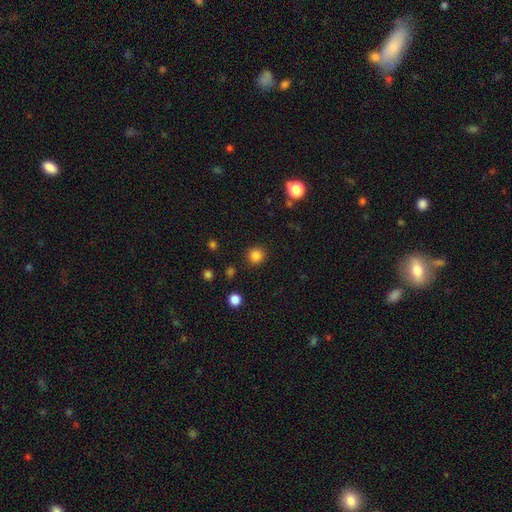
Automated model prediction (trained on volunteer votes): This is clearly a smooth galaxy (84%). How rounded: clearly round (92%). Merging: clearly none (91%).